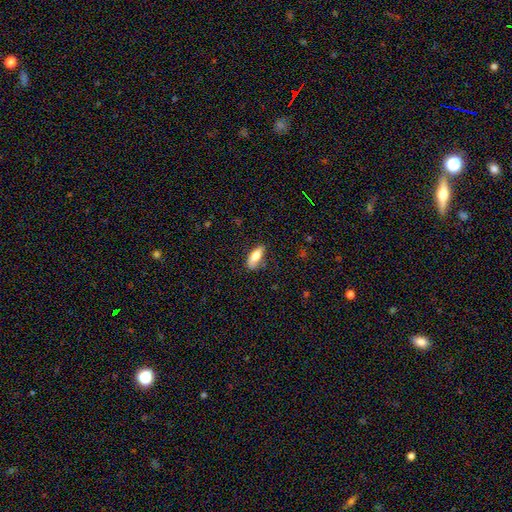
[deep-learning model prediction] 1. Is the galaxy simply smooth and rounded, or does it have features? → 72% smooth, 22% featured or disk, 6% star or artifact.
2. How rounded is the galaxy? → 73% in between, 24% cigar-shaped, 3% round.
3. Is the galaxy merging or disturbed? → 73% none, 20% minor disturbance, 5% major disturbance, 2% merger.